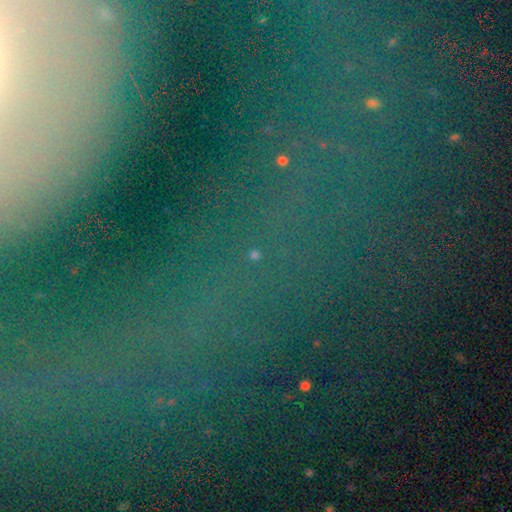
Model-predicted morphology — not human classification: smooth-or-featured: star or artifact: 68% | featured or disk: 16% | smooth: 16%